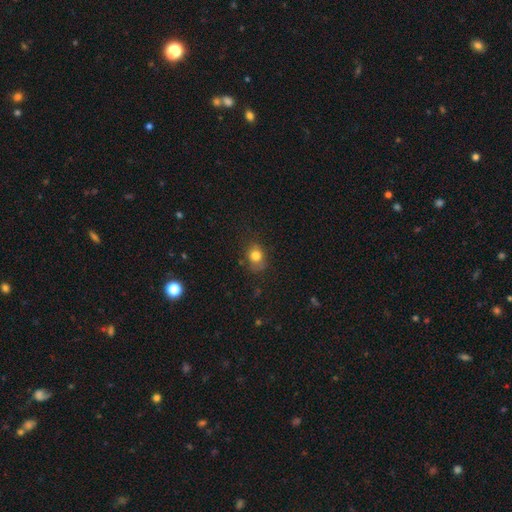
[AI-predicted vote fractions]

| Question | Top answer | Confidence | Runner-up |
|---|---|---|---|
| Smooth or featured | smooth | 79% | star or artifact (11%) |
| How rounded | round | 56% | in between (43%) |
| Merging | none | 65% | minor disturbance (25%) |